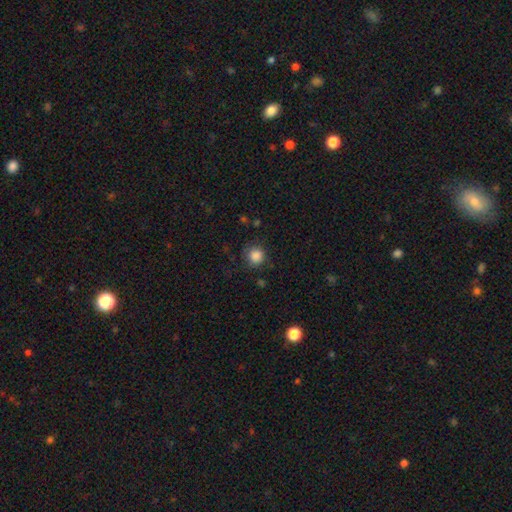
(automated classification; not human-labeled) Q: Smooth or featured?
A: smooth (86%); runner-up: star or artifact (10%)
Q: How rounded?
A: round (92%); runner-up: in between (7%)
Q: Merging?
A: none (81%); runner-up: minor disturbance (13%)